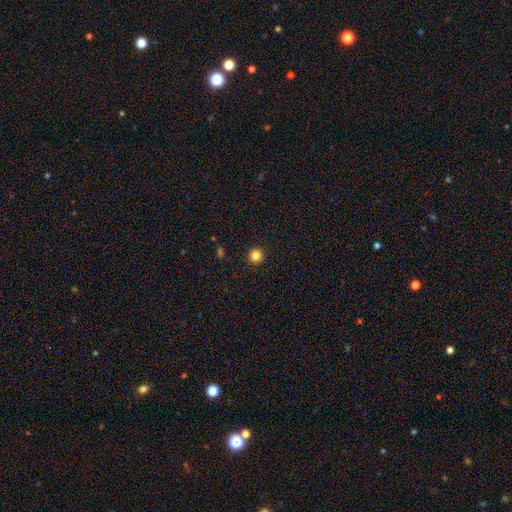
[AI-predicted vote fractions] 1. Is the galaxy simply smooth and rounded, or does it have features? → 83% smooth, 12% star or artifact, 5% featured or disk.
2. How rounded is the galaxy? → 96% round, 4% in between, 1% cigar-shaped.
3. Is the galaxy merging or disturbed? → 93% none, 4% minor disturbance, 2% major disturbance, 1% merger.